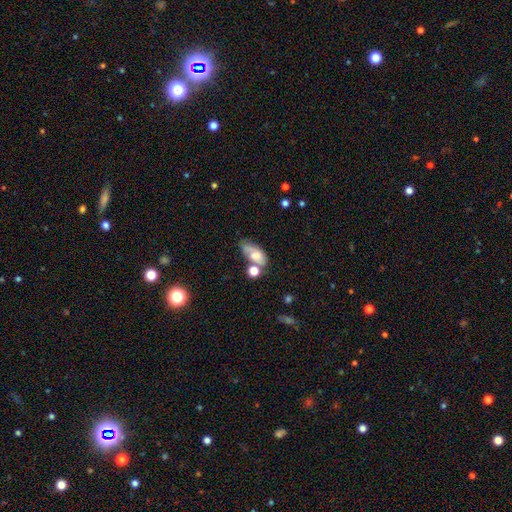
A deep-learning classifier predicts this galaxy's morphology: Smooth or featured: smooth — 59% (featured or disk — 30%)
How rounded: in between — 81% (cigar-shaped — 10%)
Merging: none — 37% (merger — 25%)